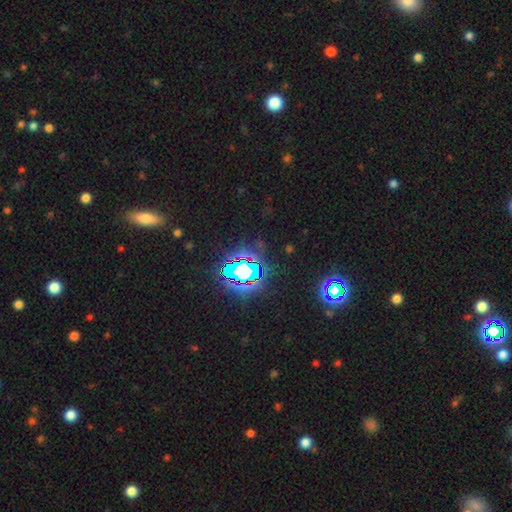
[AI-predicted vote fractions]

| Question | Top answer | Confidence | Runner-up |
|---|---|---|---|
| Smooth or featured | star or artifact | 80% | smooth (12%) |